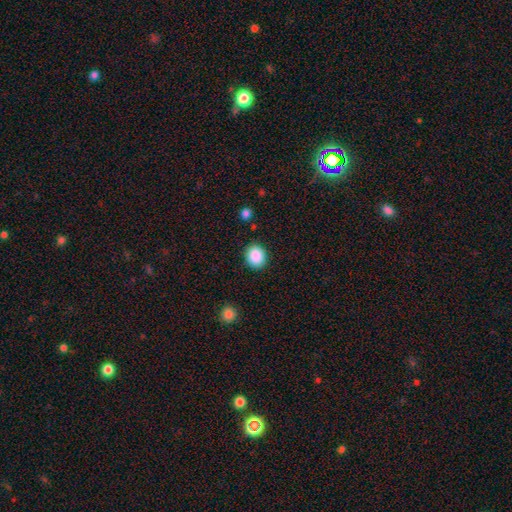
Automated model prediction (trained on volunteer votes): smooth_or_featured: smooth (p=0.89) [alt: star or artifact p=0.08]
how_rounded: round (p=0.63) [alt: in between p=0.36]
merging: none (p=0.88) [alt: minor disturbance p=0.08]